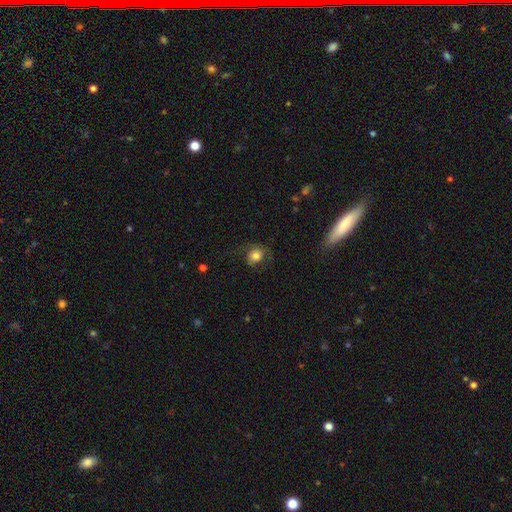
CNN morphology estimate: A smooth galaxy with no disk features (66%) that is round (62%).

Vote fractions:
- Smooth or featured? smooth: 66% / featured or disk: 25% / star or artifact: 9%
- How rounded? round: 62% / in between: 37% / cigar-shaped: 1%
- Merging? none: 60% / minor disturbance: 21% / major disturbance: 17% / merger: 1%